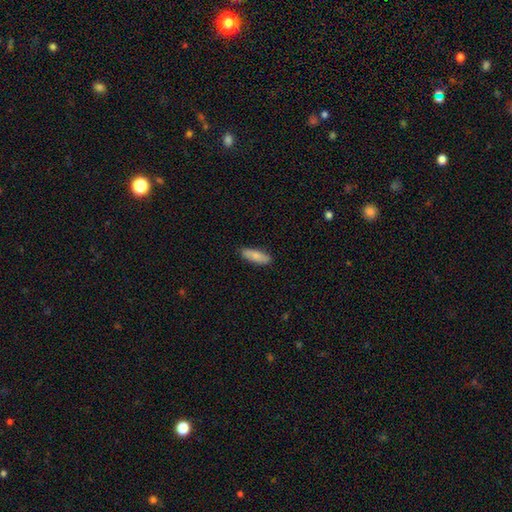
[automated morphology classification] This appears to be a smooth galaxy with no disk features (78%) that is in between round and cigar-shaped (63%). Merging: none (87%).